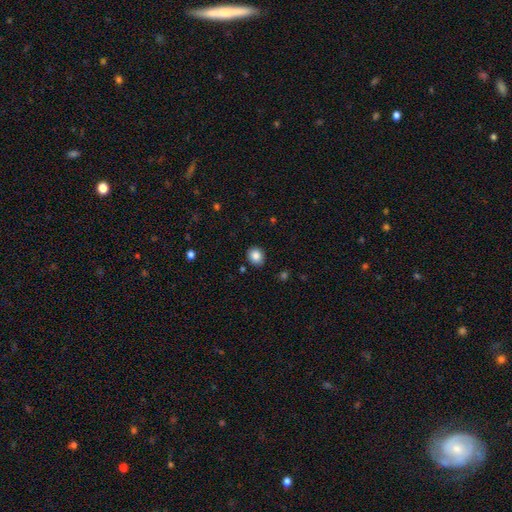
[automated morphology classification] smooth 85%, star or artifact 9%, featured or disk 5%. Down the decision tree: how rounded — round (67%); merging — none (87%).